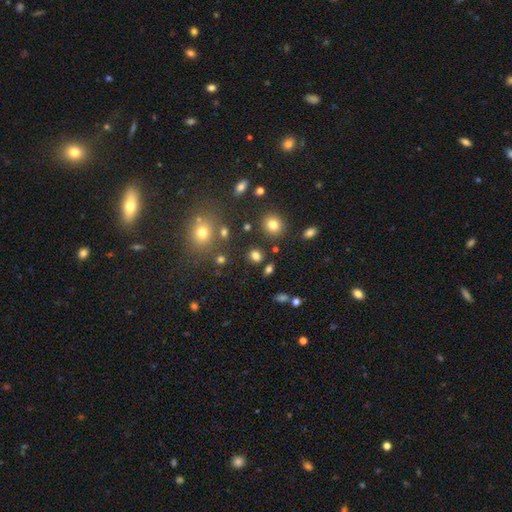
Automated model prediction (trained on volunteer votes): A smooth galaxy with no disk features (76%) that is round (59%).

Vote fractions:
- Smooth or featured? smooth: 76% / star or artifact: 16% / featured or disk: 7%
- How rounded? round: 59% / in between: 39% / cigar-shaped: 2%
- Merging? none: 81% / minor disturbance: 9% / merger: 7% / major disturbance: 4%